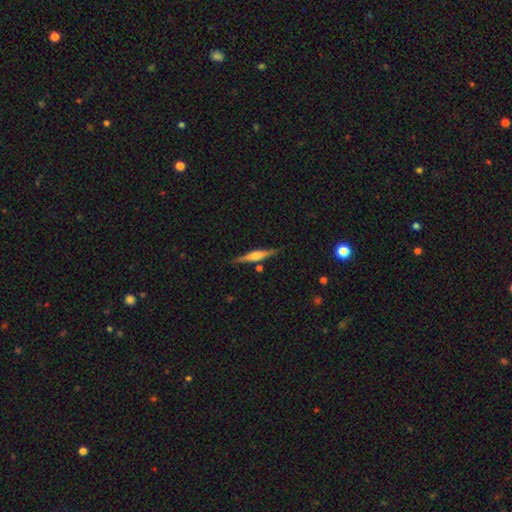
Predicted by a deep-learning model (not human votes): Overall: featured or disk (65%; smooth 29%). Edge-on disk: yes (96%). Edge-on bulge: rounded (75%). Merging: none (83%).